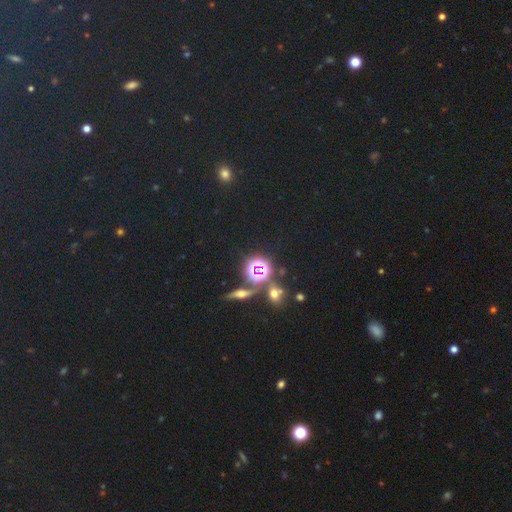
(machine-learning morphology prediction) Smooth or featured? Predicted: star or artifact (p=0.73).